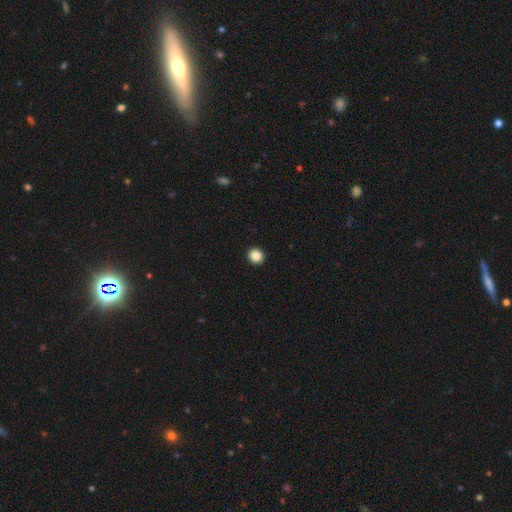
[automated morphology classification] A smooth galaxy with no disk features (87%) that is round (87%).

Vote fractions:
- Smooth or featured? smooth: 87% / star or artifact: 10% / featured or disk: 4%
- How rounded? round: 87% / in between: 12% / cigar-shaped: 1%
- Merging? none: 94% / minor disturbance: 4% / major disturbance: 1% / merger: 1%